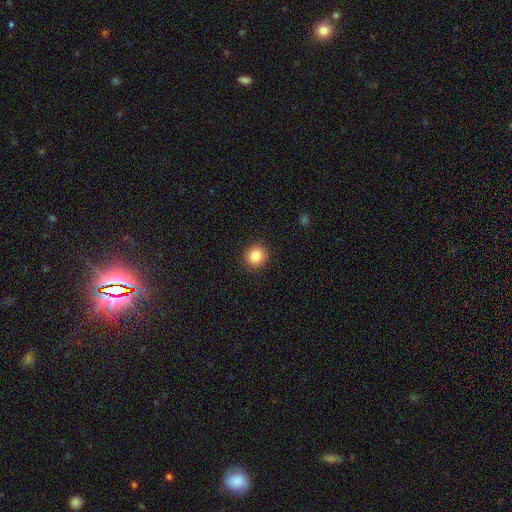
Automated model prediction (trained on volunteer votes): Smooth or featured? smooth (84%)
How rounded? round (88%)
Merging? none (91%)